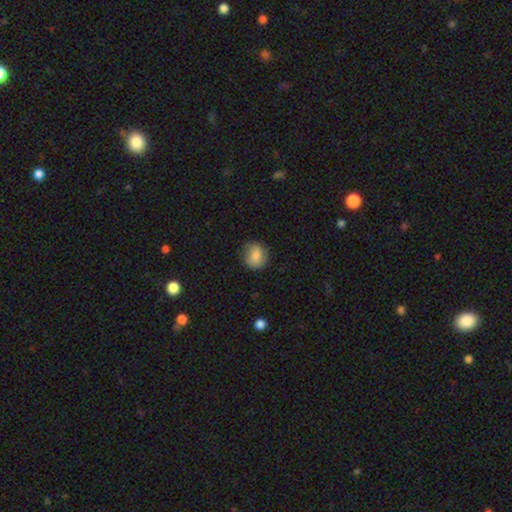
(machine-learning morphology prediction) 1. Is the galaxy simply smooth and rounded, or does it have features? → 79% smooth, 13% featured or disk, 8% star or artifact.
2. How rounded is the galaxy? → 77% round, 22% in between, 1% cigar-shaped.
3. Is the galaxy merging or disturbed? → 79% none, 16% minor disturbance, 4% major disturbance, 1% merger.